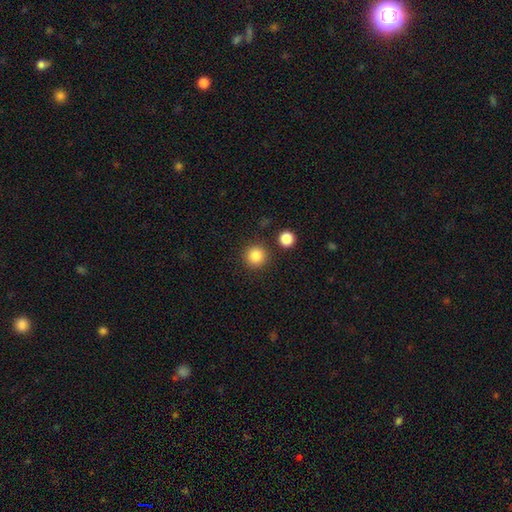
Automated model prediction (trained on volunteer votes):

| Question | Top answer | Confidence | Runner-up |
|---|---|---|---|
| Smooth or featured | smooth | 85% | star or artifact (11%) |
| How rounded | round | 95% | in between (4%) |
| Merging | none | 88% | minor disturbance (6%) |